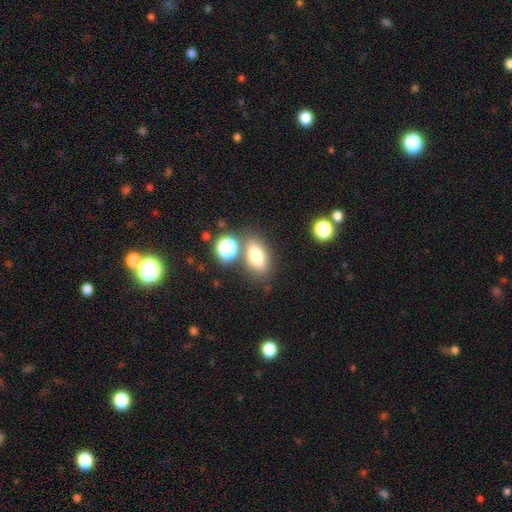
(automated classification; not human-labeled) smooth 73%, featured or disk 14%, star or artifact 13%. Down the decision tree: how rounded — in between (79%); merging — none (71%).